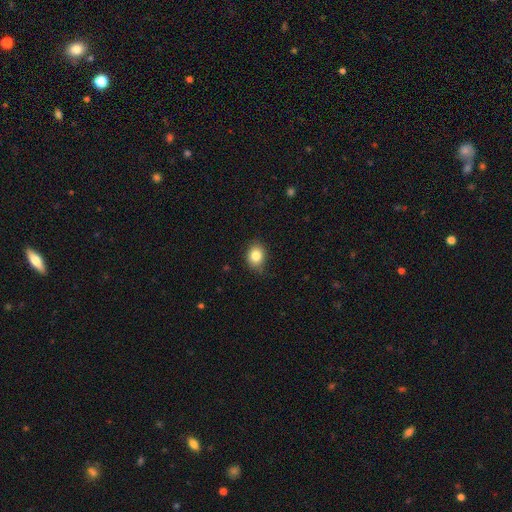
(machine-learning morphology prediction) Smooth or featured: smooth — 84% (star or artifact — 10%)
How rounded: round — 52% (in between — 47%)
Merging: none — 77% (minor disturbance — 19%)